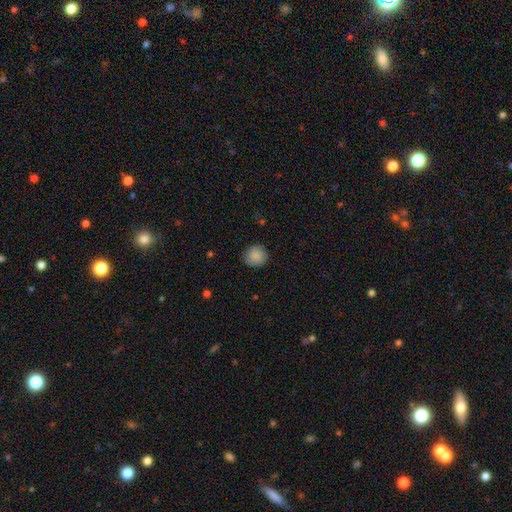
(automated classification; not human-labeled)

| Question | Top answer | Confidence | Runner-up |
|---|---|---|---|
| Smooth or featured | smooth | 88% | star or artifact (8%) |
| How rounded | round | 89% | in between (10%) |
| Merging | none | 88% | minor disturbance (9%) |